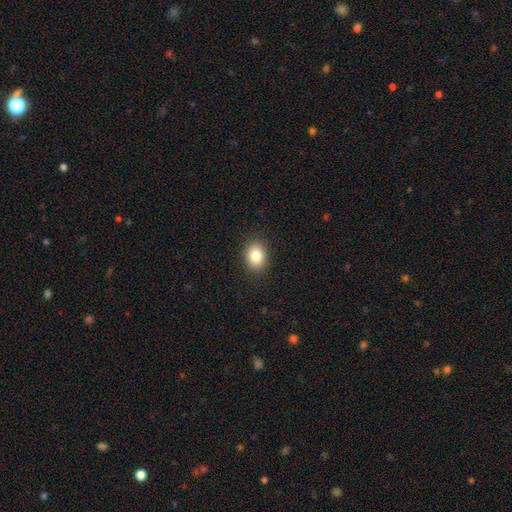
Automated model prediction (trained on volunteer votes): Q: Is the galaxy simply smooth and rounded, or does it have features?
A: smooth — 84%.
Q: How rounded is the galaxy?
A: in between — 58%.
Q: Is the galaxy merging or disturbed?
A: none — 89%.